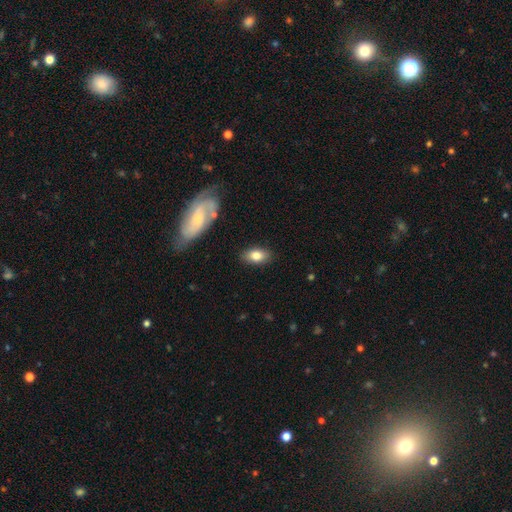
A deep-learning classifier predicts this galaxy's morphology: Overall: smooth (79%). How rounded: in between (89%). Merging: none (84%).